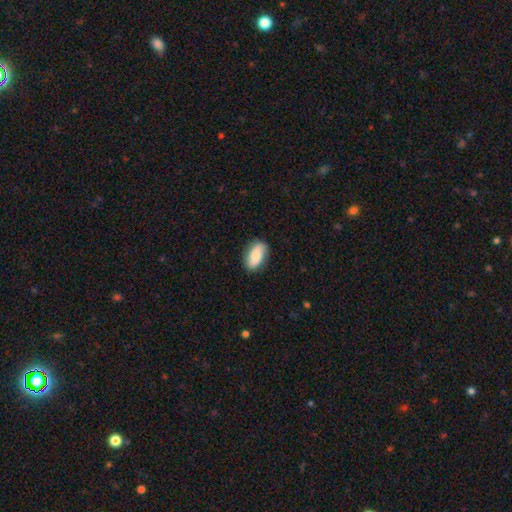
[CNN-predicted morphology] Overall: smooth (76%). How rounded: in between (91%). Merging: none (82%).